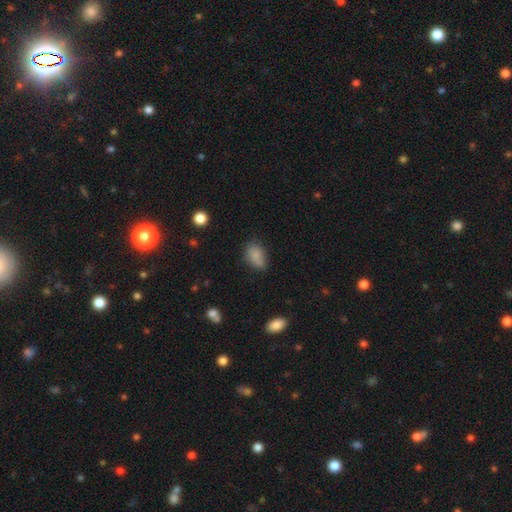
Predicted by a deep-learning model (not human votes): A smooth galaxy with no disk features (83%) that is in between round and cigar-shaped (84%). Merging: none (60%).